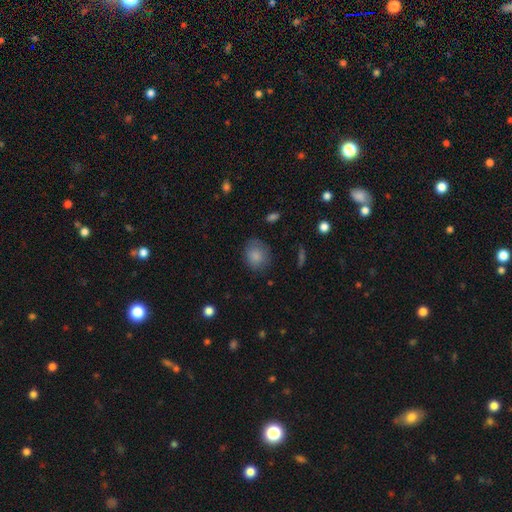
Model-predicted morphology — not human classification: smooth-or-featured: smooth: 83% | featured or disk: 9% | star or artifact: 8%
  how-rounded: round: 62% | in between: 37% | cigar-shaped: 1%
  merging: none: 72% | minor disturbance: 21% | major disturbance: 6% | merger: 1%